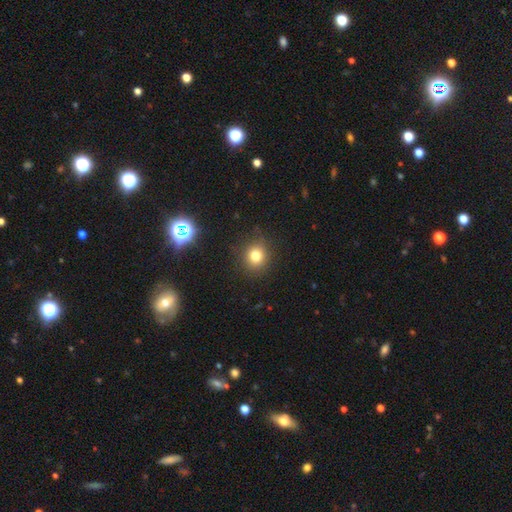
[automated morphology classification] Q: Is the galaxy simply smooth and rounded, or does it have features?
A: smooth — 77%.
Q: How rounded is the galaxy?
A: round — 82%.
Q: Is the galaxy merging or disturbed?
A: none — 87%.